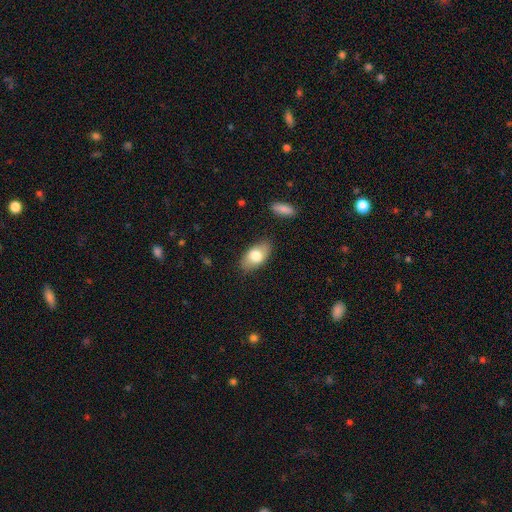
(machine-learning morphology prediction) This appears to be a smooth galaxy with no disk features (74%) that is in between round and cigar-shaped (92%). Merging: none (84%).